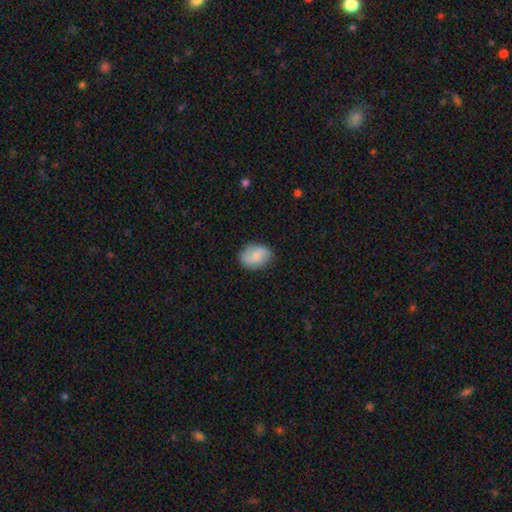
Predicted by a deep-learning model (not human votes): smooth 61%, featured or disk 32%, star or artifact 7%. Down the decision tree: how rounded — in between (58%); merging — none (78%).